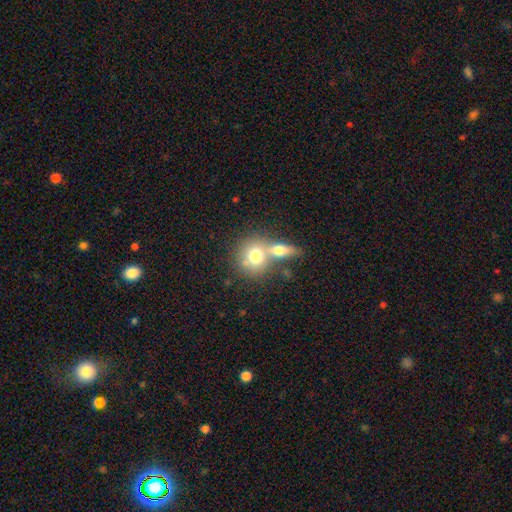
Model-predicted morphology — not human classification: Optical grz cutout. It shows a smooth galaxy with no disk features (70%) that is round (75%). Merging: merger (55%).